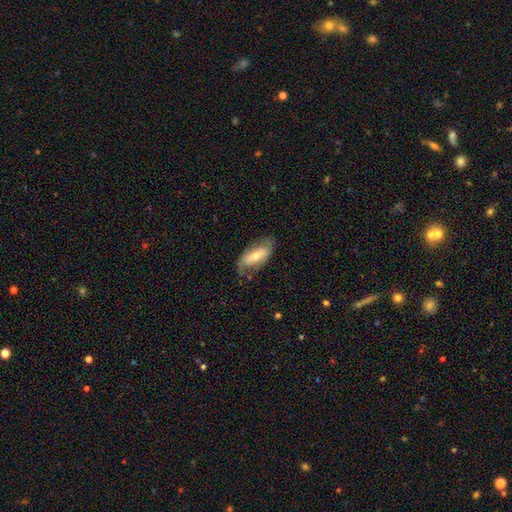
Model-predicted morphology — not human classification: Smooth or featured: featured or disk — 47% (tied with smooth — 47%)
Merging: none — 64% (minor disturbance — 25%)